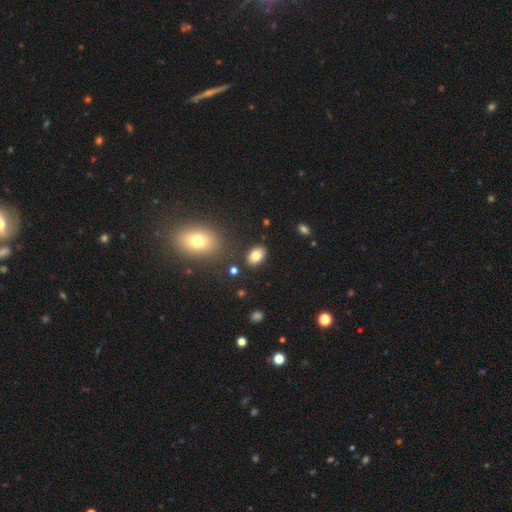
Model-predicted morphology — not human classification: Smooth or featured: smooth — 80% (featured or disk — 10%)
How rounded: in between — 86% (round — 13%)
Merging: none — 84% (minor disturbance — 10%)